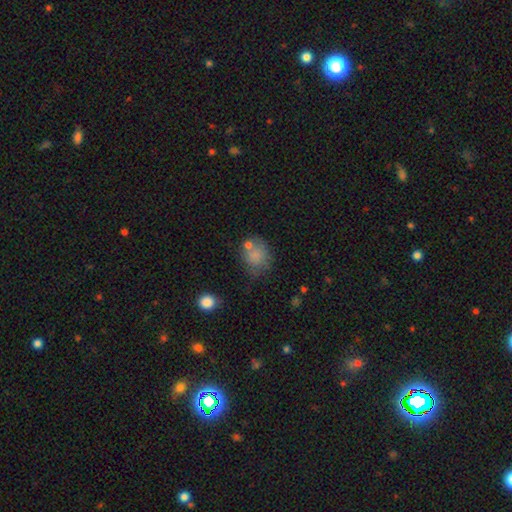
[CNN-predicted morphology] Smooth or featured: smooth — 76% (featured or disk — 12%)
How rounded: round — 66% (in between — 33%)
Merging: none — 52% (minor disturbance — 23%)